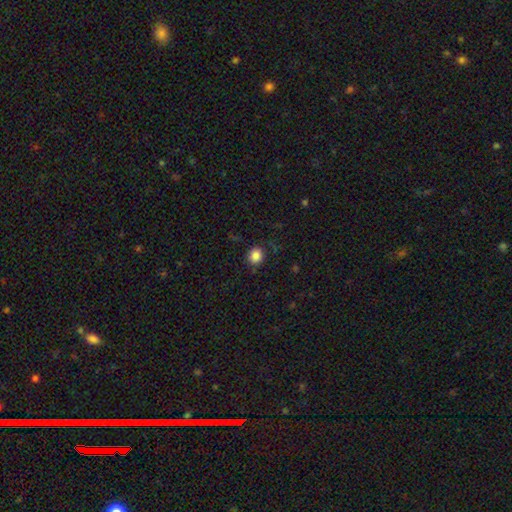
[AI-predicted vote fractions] smooth_or_featured: smooth (p=0.85) [alt: star or artifact p=0.11]
how_rounded: round (p=0.79) [alt: in between p=0.20]
merging: none (p=0.86) [alt: minor disturbance p=0.09]